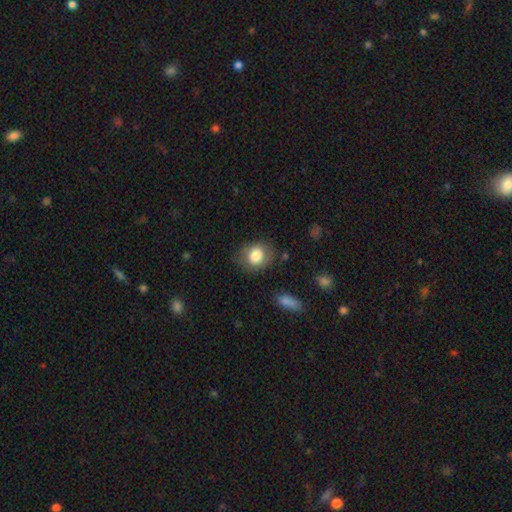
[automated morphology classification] Smooth or featured? smooth (79%)
How rounded? round (57%)
Merging? none (74%)